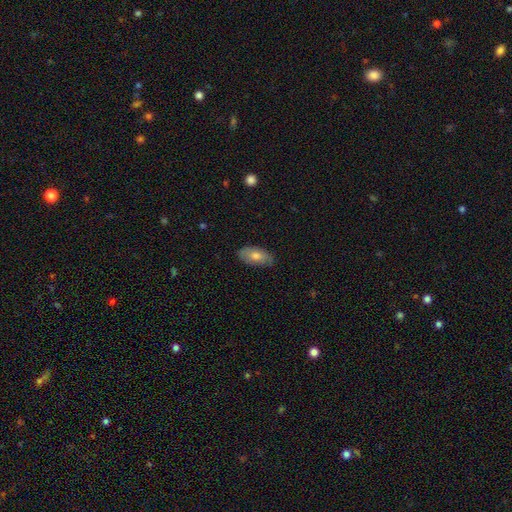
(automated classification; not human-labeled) smooth_or_featured: smooth (p=0.72) [alt: featured or disk p=0.22]
how_rounded: in between (p=0.93) [alt: cigar-shaped p=0.04]
merging: none (p=0.81) [alt: minor disturbance p=0.15]